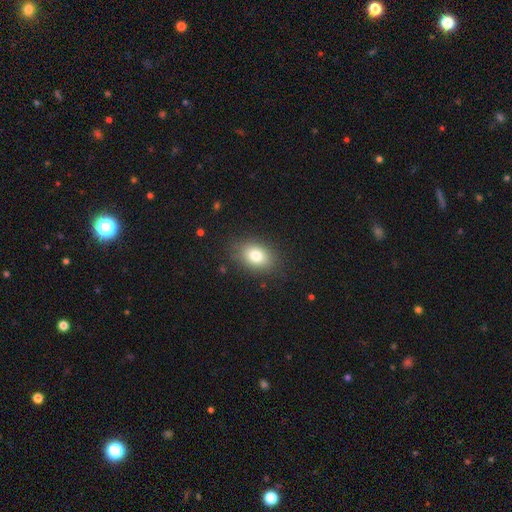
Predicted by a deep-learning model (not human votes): Smooth or featured? Predicted: smooth (p=0.80). How rounded? Predicted: in between (p=0.75). Merging? Predicted: none (p=0.84).